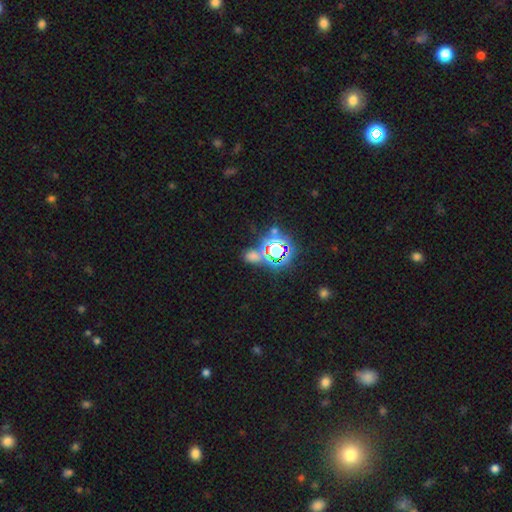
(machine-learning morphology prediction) Smooth or featured?
  - star or artifact: 54% *
  - smooth: 37%
  - featured or disk: 8%